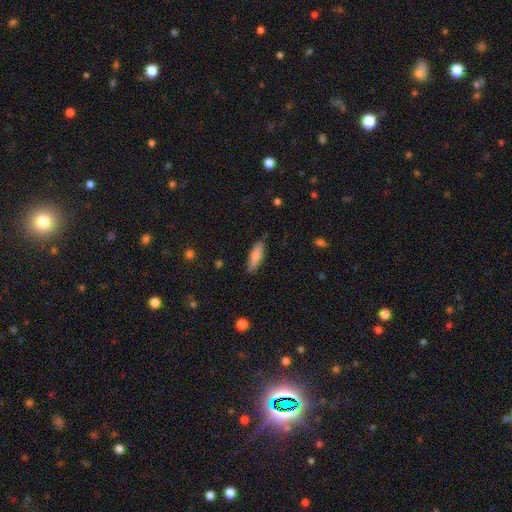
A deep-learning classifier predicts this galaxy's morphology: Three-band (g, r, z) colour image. It shows a smooth galaxy with no disk features (79%) that is cigar-shaped (55%). Merging: none (78%).